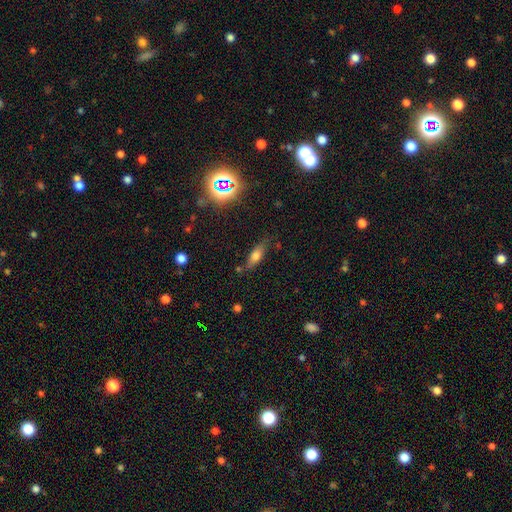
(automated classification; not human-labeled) This is likely a smooth galaxy (64%). How rounded: likely in between (66%). Merging: likely none (72%).